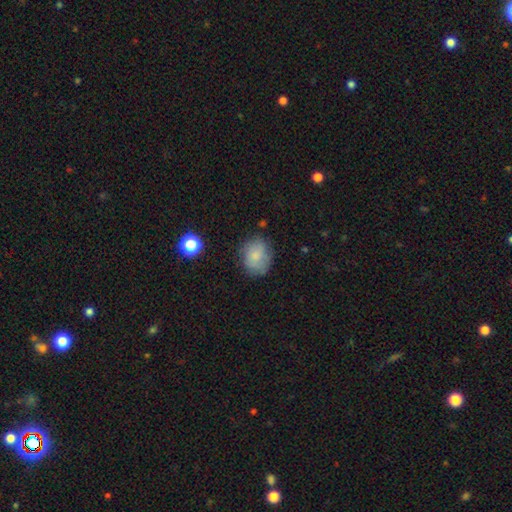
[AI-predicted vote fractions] smooth-or-featured: smooth: 72% | featured or disk: 19% | star or artifact: 9%
  how-rounded: round: 60% | in between: 39% | cigar-shaped: 1%
  merging: none: 68% | minor disturbance: 23% | major disturbance: 7% | merger: 2%